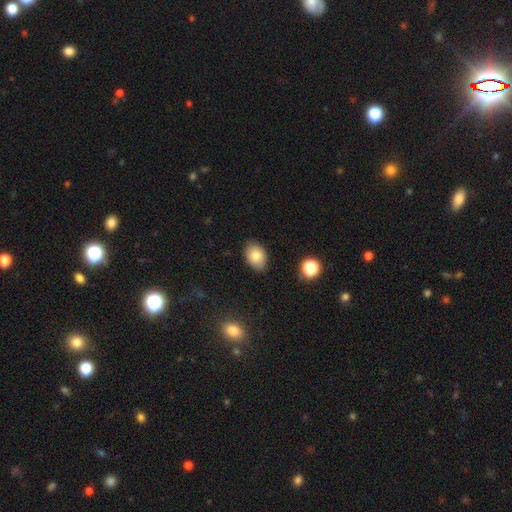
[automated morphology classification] smooth-or-featured: smooth: 81% | featured or disk: 11% | star or artifact: 9%
  how-rounded: in between: 80% | round: 19% | cigar-shaped: 1%
  merging: none: 83% | minor disturbance: 13% | major disturbance: 2% | merger: 1%